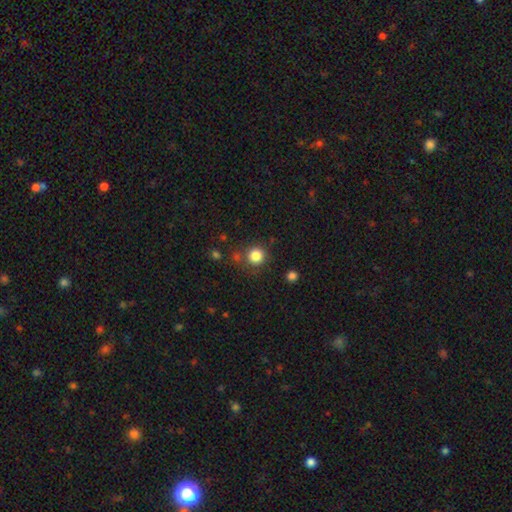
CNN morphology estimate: This is clearly a smooth galaxy (83%). How rounded: clearly round (93%). Merging: likely none (78%).